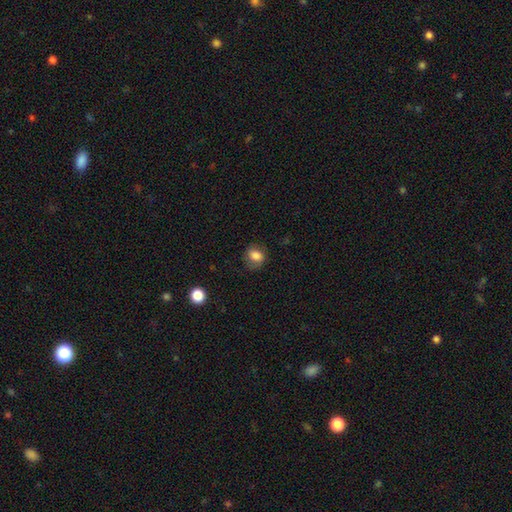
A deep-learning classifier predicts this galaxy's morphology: type=smooth (80%); roundness=round (57%); merging=none (72%).